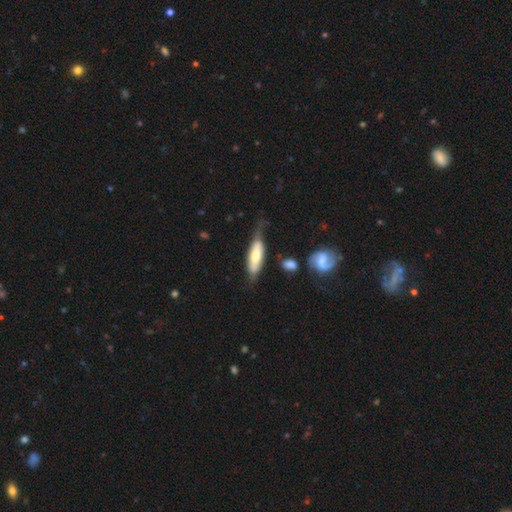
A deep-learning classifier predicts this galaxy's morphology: Smooth or featured? Predicted: smooth (p=0.59). How rounded? Predicted: in between (p=0.51). Merging? Predicted: none (p=0.40).